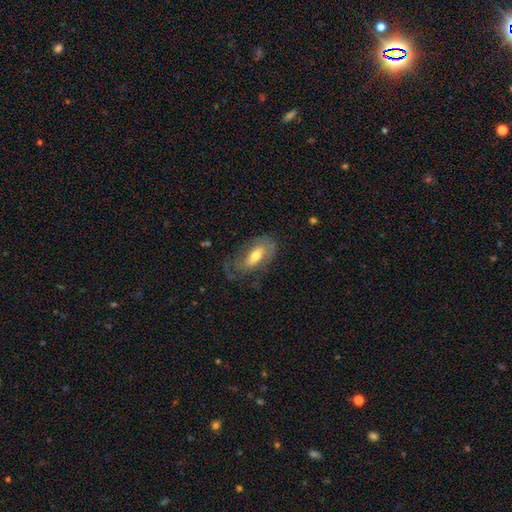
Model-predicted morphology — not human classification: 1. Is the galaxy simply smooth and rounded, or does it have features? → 52% featured or disk, 41% smooth, 7% star or artifact.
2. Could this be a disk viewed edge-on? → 83% no, 17% yes.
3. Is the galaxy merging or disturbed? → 51% none, 26% minor disturbance, 21% major disturbance, 2% merger.